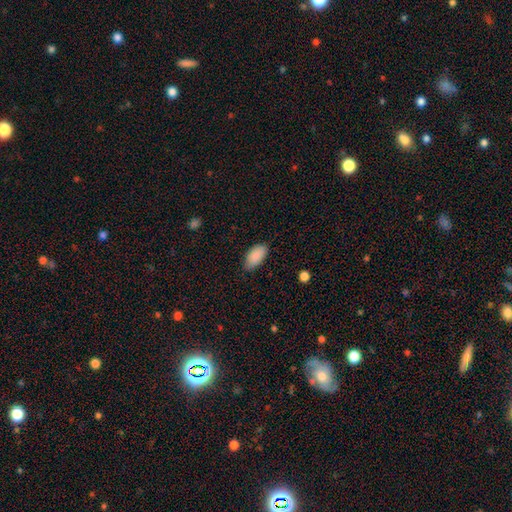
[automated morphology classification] This is clearly a smooth galaxy (89%). How rounded: clearly in between (94%). Merging: likely none (80%).